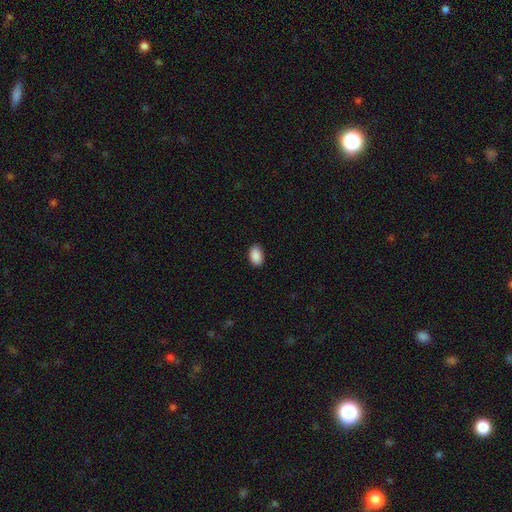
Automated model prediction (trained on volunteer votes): Smooth or featured: smooth — 90% (star or artifact — 7%)
How rounded: in between — 91% (round — 7%)
Merging: none — 87% (minor disturbance — 10%)